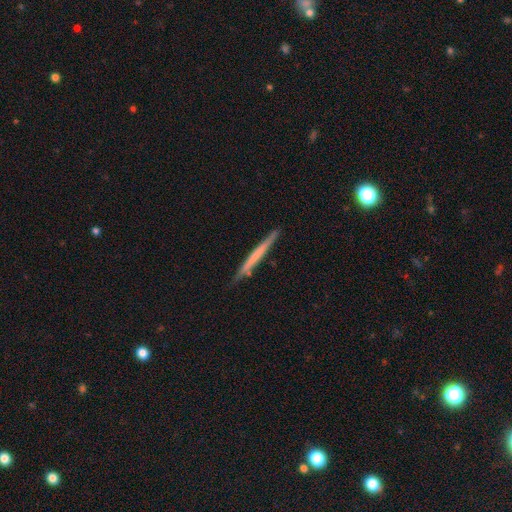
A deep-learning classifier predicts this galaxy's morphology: type=smooth (49%); merging=none (85%).